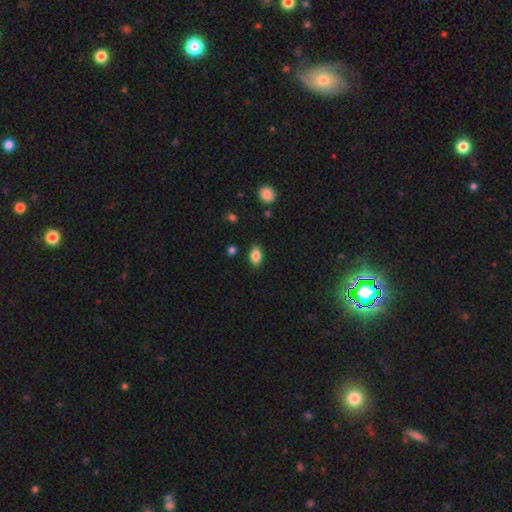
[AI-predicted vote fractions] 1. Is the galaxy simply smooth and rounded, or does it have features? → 84% smooth, 8% star or artifact, 8% featured or disk.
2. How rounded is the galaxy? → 88% in between, 9% round, 3% cigar-shaped.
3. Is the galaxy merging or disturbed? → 86% none, 11% minor disturbance, 2% major disturbance, 2% merger.